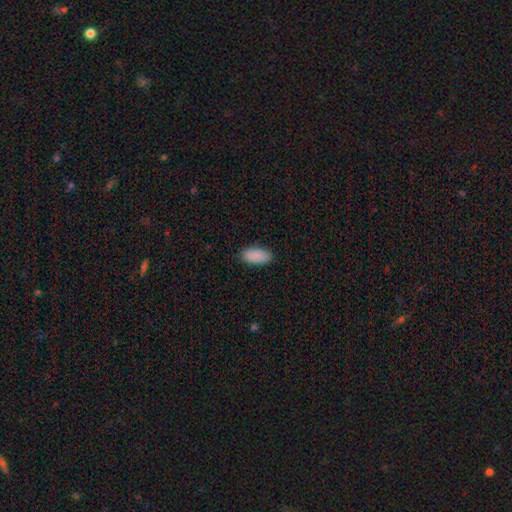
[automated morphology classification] smooth-or-featured: smooth: 90% | star or artifact: 6% | featured or disk: 4%
  how-rounded: in between: 91% | cigar-shaped: 7% | round: 2%
  merging: none: 86% | minor disturbance: 11% | major disturbance: 2% | merger: 1%